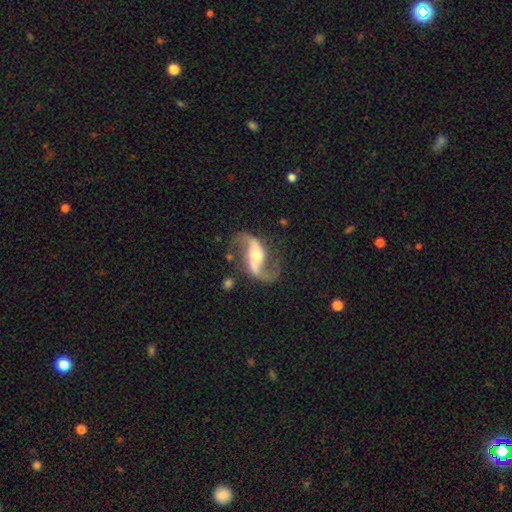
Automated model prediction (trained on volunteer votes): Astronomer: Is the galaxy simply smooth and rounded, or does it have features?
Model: featured or disk — 91%.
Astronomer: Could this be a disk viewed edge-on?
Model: no — 97%.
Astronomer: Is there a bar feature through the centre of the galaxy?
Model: strong — 37% (runner-up: no, 32%).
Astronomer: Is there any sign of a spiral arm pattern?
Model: yes — 97%.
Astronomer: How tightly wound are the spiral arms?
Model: loose — 70%.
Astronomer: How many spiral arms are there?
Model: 2 — 93%.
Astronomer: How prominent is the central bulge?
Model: moderate — 55% (runner-up: small, 36%).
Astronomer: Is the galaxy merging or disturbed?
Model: none — 76%.